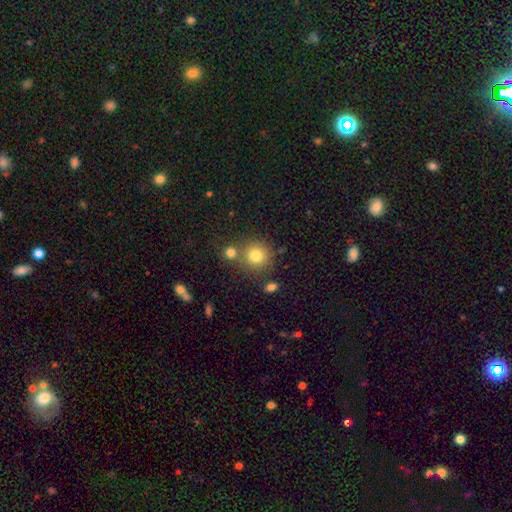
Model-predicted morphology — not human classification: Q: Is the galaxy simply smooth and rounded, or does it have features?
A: smooth — 80%.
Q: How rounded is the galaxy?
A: round — 90%.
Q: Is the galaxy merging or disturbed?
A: none — 68%.